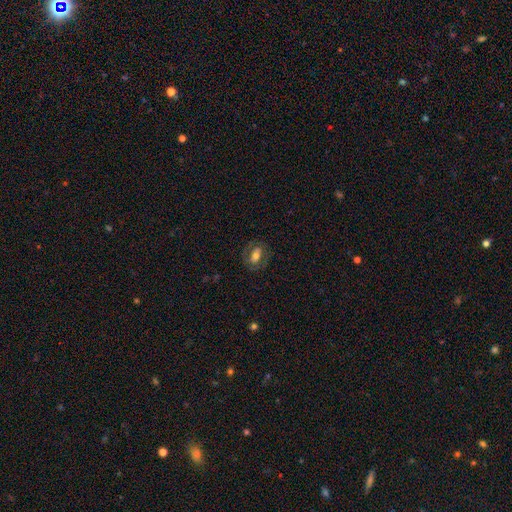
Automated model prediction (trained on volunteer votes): Smooth or featured: featured or disk — 46% (tied with smooth — 46%)
Merging: none — 75% (minor disturbance — 14%)